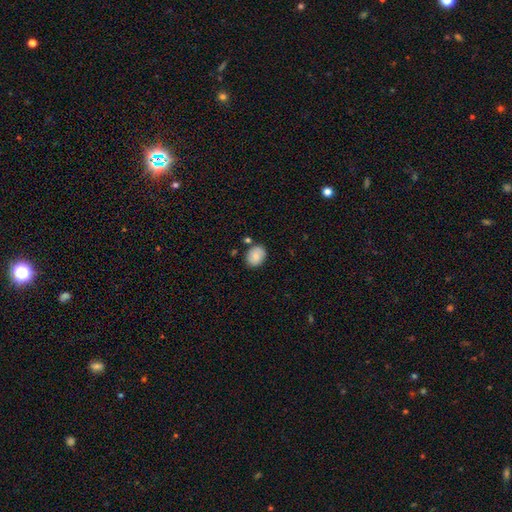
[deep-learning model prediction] A smooth galaxy with no disk features (81%) that is in between round and cigar-shaped (51%).

Vote fractions:
- Smooth or featured? smooth: 81% / featured or disk: 11% / star or artifact: 8%
- How rounded? in between: 51% / round: 48% / cigar-shaped: 1%
- Merging? none: 78% / minor disturbance: 14% / merger: 6% / major disturbance: 3%